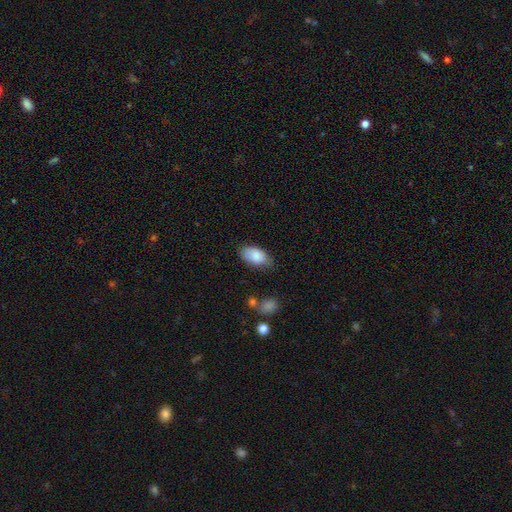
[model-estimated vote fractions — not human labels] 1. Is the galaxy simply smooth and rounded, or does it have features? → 85% smooth, 8% featured or disk, 7% star or artifact.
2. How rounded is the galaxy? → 94% in between, 4% round, 2% cigar-shaped.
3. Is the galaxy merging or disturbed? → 69% none, 24% minor disturbance, 5% major disturbance, 2% merger.